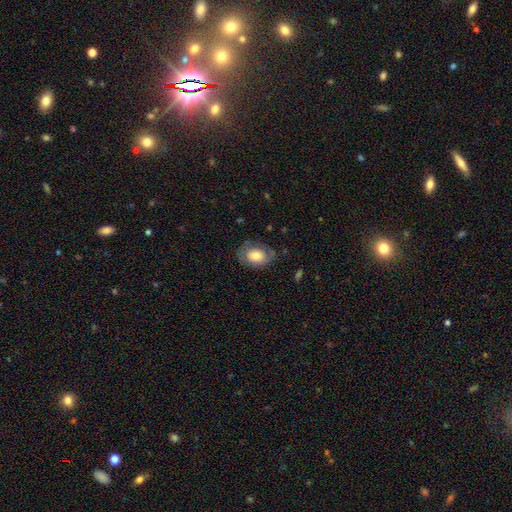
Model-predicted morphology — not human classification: Smooth or featured: smooth — 66% (featured or disk — 27%)
How rounded: in between — 75% (round — 24%)
Merging: none — 68% (minor disturbance — 21%)